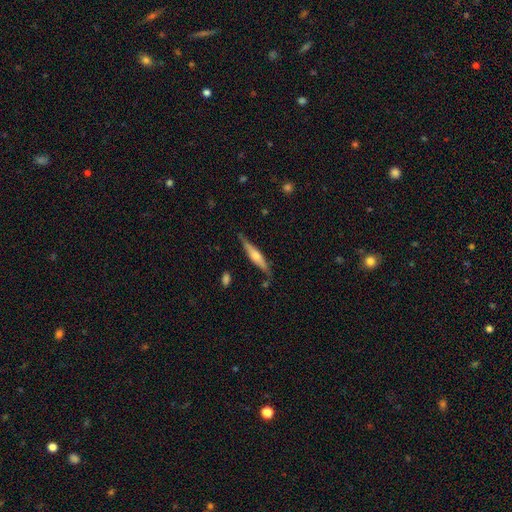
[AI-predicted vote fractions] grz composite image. It shows a featured or disk galaxy (61%) viewed edge-on (95%) with a rounded central bulge (85%). Merging: none (80%).